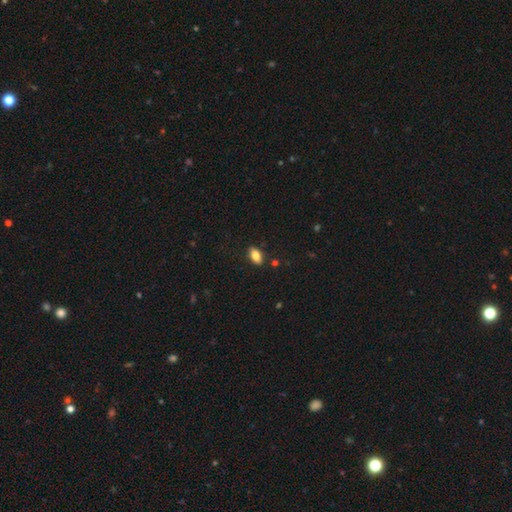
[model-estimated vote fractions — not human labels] Smooth or featured: smooth — 78% (featured or disk — 14%)
How rounded: in between — 89% (cigar-shaped — 6%)
Merging: none — 87% (minor disturbance — 9%)